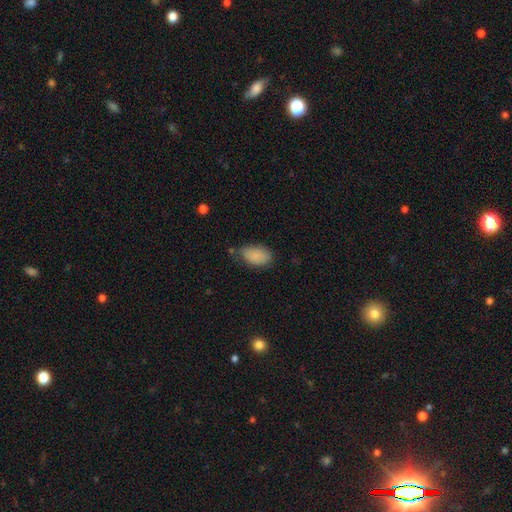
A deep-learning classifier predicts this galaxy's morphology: Smooth or featured? Predicted: smooth (p=0.87). How rounded? Predicted: in between (p=0.93). Merging? Predicted: none (p=0.65).